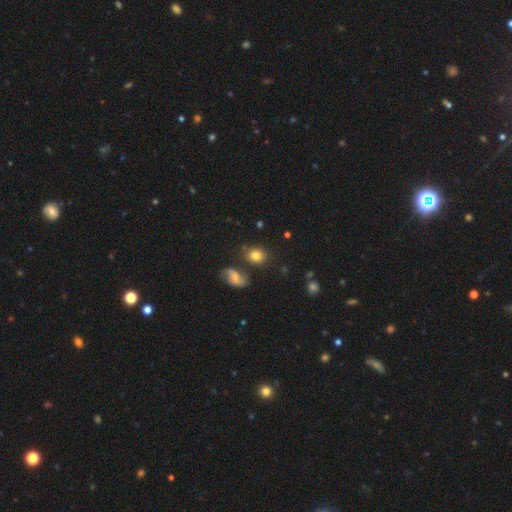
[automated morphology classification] smooth 78%, featured or disk 12%, star or artifact 10%. Down the decision tree: how rounded — round (51%); merging — none (73%).